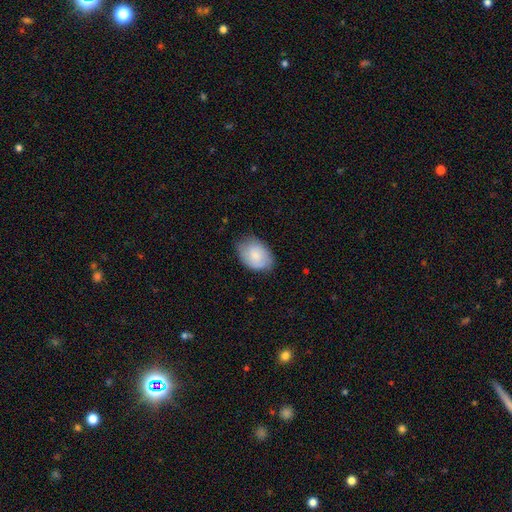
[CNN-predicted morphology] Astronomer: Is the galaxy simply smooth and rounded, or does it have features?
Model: smooth — 76%.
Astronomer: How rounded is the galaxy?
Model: in between — 81%.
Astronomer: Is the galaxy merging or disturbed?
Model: none — 68%.